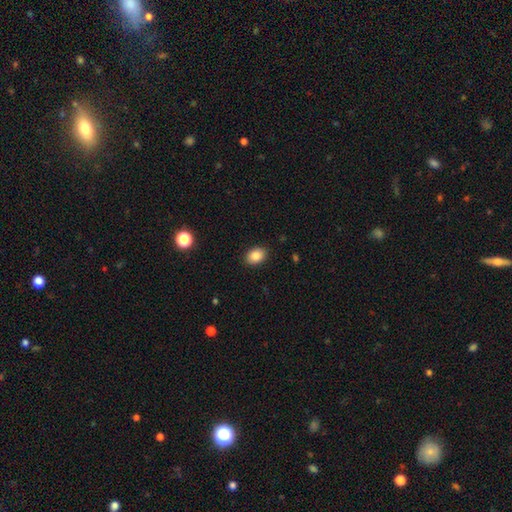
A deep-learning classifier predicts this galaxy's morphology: This is clearly a smooth galaxy (86%). How rounded: likely in between (78%). Merging: clearly none (88%).